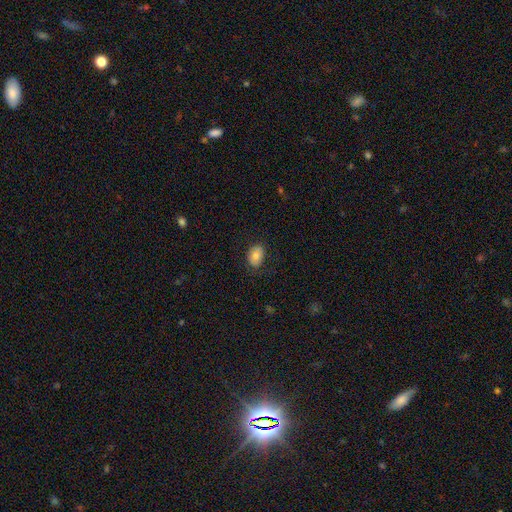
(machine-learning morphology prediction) smooth_or_featured: smooth (p=0.79) [alt: featured or disk p=0.13]
how_rounded: in between (p=0.75) [alt: round p=0.24]
merging: none (p=0.76) [alt: minor disturbance p=0.17]